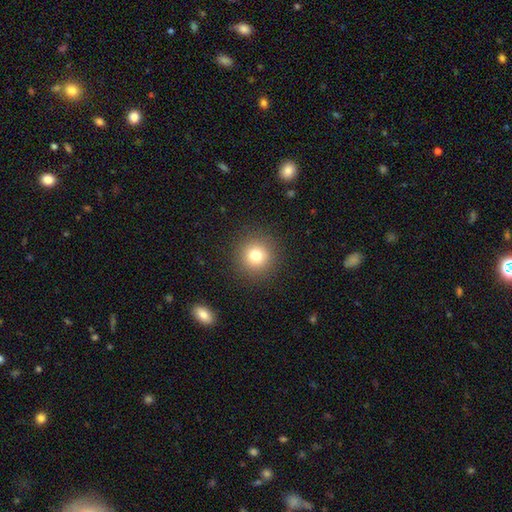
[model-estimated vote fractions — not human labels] Overall: smooth (78%). How rounded: round (94%). Merging: none (90%).